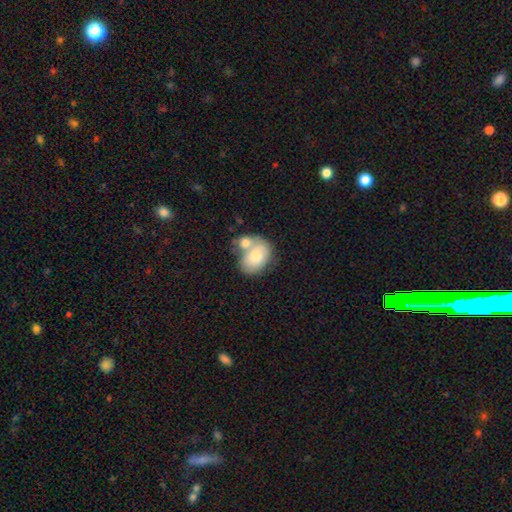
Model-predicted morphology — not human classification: smooth 66%, featured or disk 27%, star or artifact 6%. Down the decision tree: how rounded — in between (69%); merging — merger (52%).